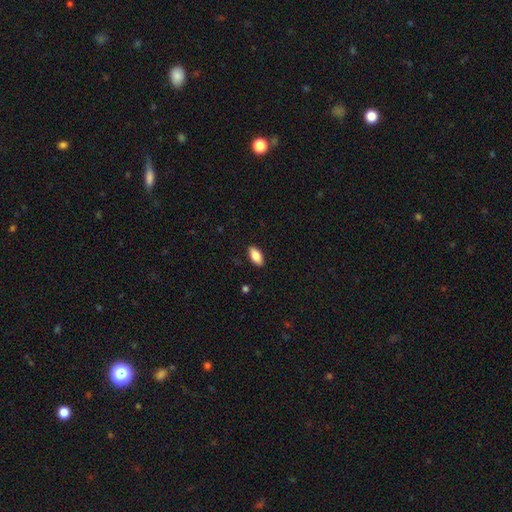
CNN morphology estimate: Q: Smooth or featured?
A: smooth (84%); runner-up: featured or disk (9%)
Q: How rounded?
A: in between (89%); runner-up: cigar-shaped (8%)
Q: Merging?
A: none (89%); runner-up: minor disturbance (8%)